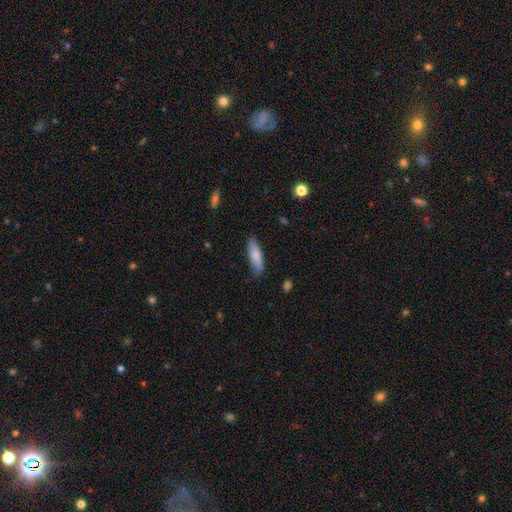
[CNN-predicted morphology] smooth_or_featured: smooth (p=0.81) [alt: featured or disk p=0.13]
how_rounded: cigar-shaped (p=0.52) [alt: in between p=0.47]
merging: none (p=0.78) [alt: minor disturbance p=0.18]